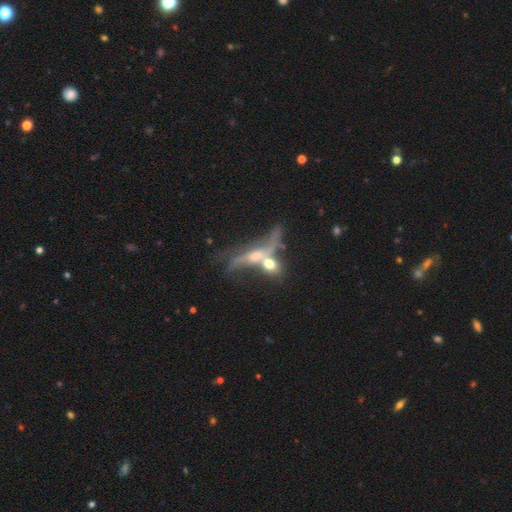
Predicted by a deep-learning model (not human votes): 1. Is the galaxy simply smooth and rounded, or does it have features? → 63% featured or disk, 24% smooth, 12% star or artifact.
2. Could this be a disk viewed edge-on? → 51% no, 49% yes.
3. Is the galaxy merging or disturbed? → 47% merger, 23% none, 18% major disturbance, 11% minor disturbance.